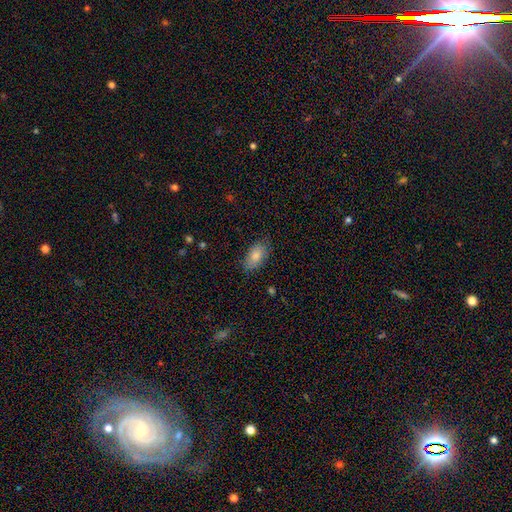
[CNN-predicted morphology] A smooth galaxy with no disk features (82%) that is in between round and cigar-shaped (92%). Merging: none (76%).